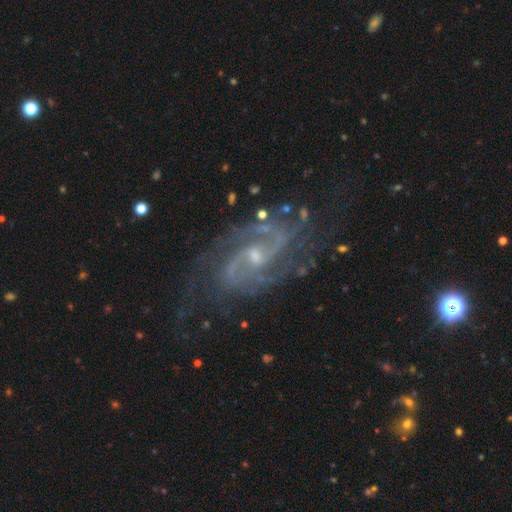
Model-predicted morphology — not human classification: Smooth or featured? featured or disk (90%)
Edge-on disk? no (97%)
Bar? no (44%, tied with weak)
Spiral arms? yes (98%)
Spiral winding? medium (52%)
Spiral arm count? 2 (78%)
Bulge size? small (63%)
Merging? none (73%)